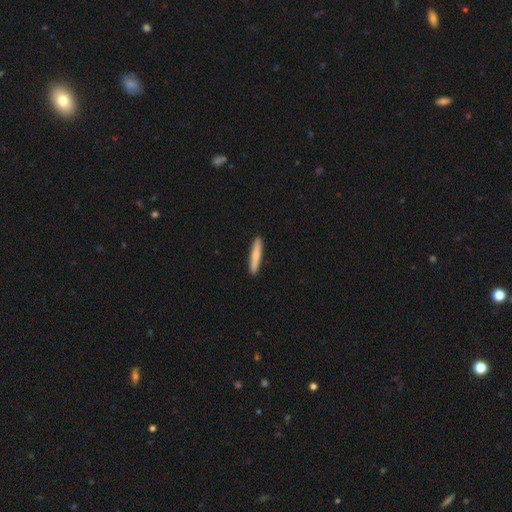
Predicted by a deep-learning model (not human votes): Smooth or featured: smooth — 79% (featured or disk — 16%)
How rounded: cigar-shaped — 93% (in between — 5%)
Merging: none — 92% (minor disturbance — 6%)